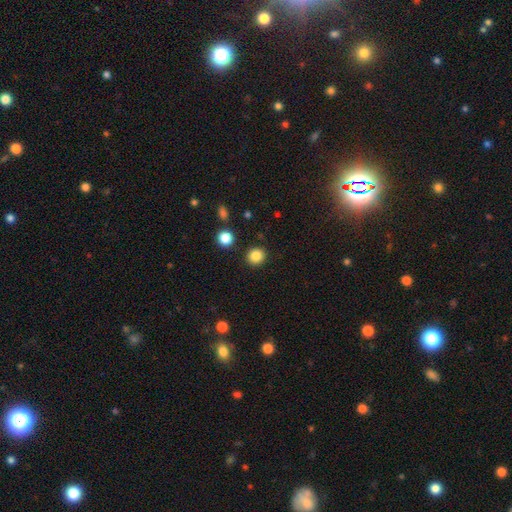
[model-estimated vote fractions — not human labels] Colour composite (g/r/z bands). It shows a smooth galaxy with no disk features (85%) that is round (89%). Merging: none (90%).